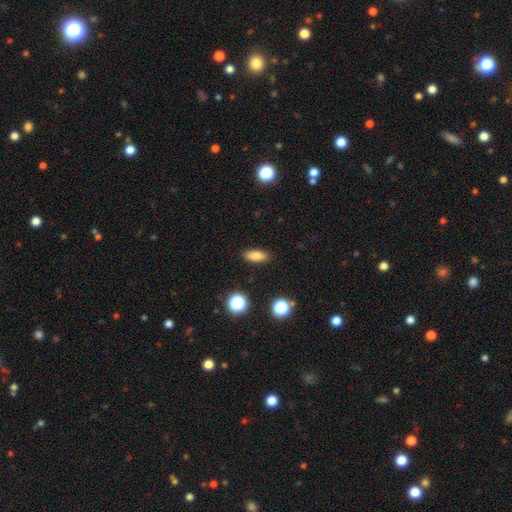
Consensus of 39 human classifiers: Smooth or featured? 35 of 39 (90%) said smooth. How rounded? 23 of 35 (66%) said in between. Merging? 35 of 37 (95%) said none.